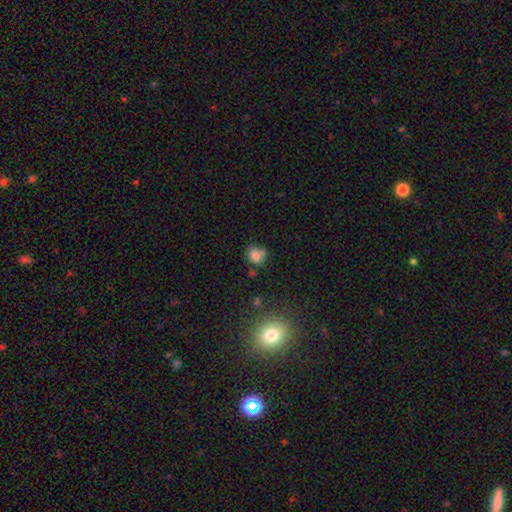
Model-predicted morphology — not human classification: Q: Smooth or featured?
A: smooth (77%); runner-up: star or artifact (14%)
Q: How rounded?
A: round (66%); runner-up: in between (33%)
Q: Merging?
A: none (54%); runner-up: minor disturbance (21%)